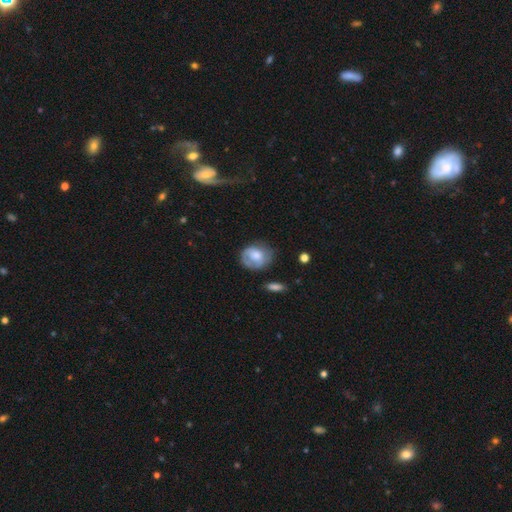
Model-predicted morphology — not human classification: Smooth or featured?
  - smooth: 58% *
  - featured or disk: 35%
  - star or artifact: 7%
How rounded?
  - round: 62% *
  - in between: 37%
  - cigar-shaped: 1%
Merging?
  - none: 54% *
  - minor disturbance: 29%
  - major disturbance: 14%
  - merger: 3%